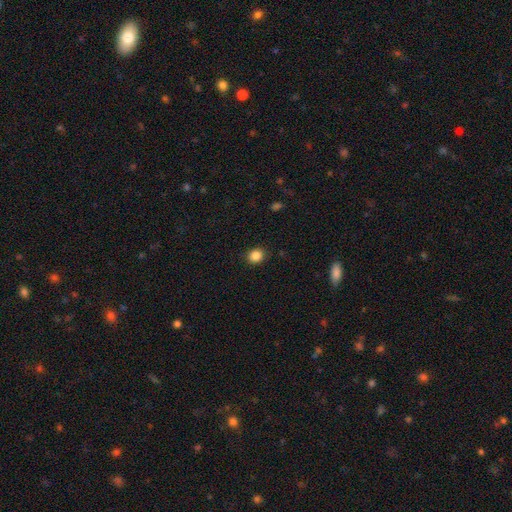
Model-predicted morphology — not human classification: This is clearly a smooth galaxy (86%). How rounded: likely round (75%). Merging: clearly none (90%).